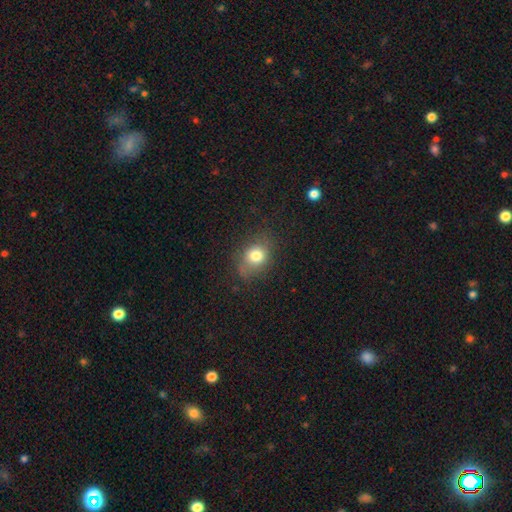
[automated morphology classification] Overall: smooth (77%). How rounded: round (53%; in between 46%). Merging: none (67%).